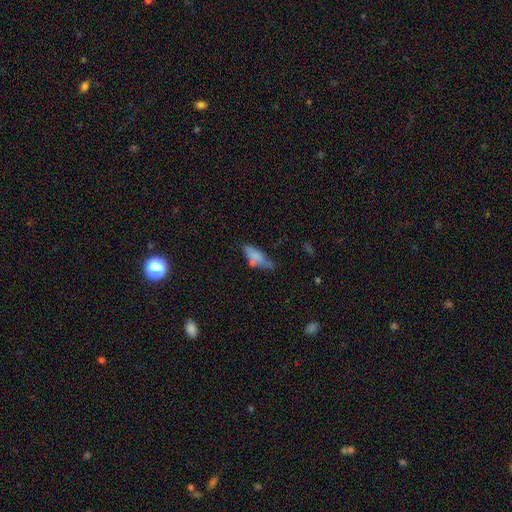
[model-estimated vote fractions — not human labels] smooth_or_featured: smooth (p=0.70) [alt: featured or disk p=0.21]
how_rounded: in between (p=0.73) [alt: cigar-shaped p=0.25]
merging: none (p=0.43) [alt: minor disturbance p=0.29]